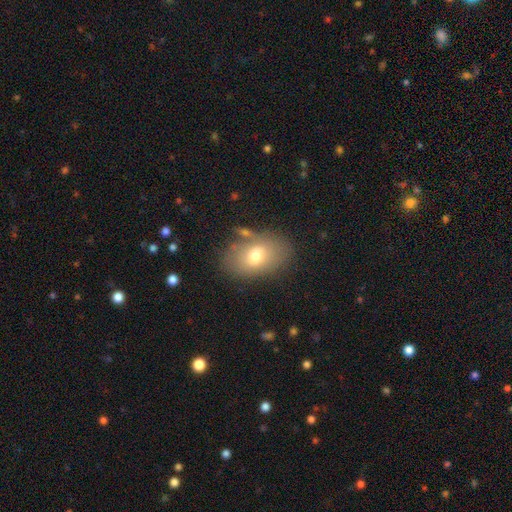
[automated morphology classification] smooth_or_featured: smooth (p=0.70) [alt: featured or disk p=0.21]
how_rounded: in between (p=0.86) [alt: round p=0.13]
merging: none (p=0.72) [alt: minor disturbance p=0.16]